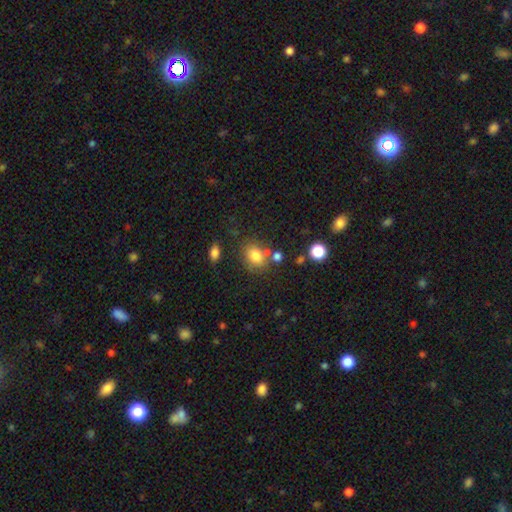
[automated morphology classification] This is likely a smooth galaxy (79%). How rounded: possibly in between (53%). Merging: likely none (67%).